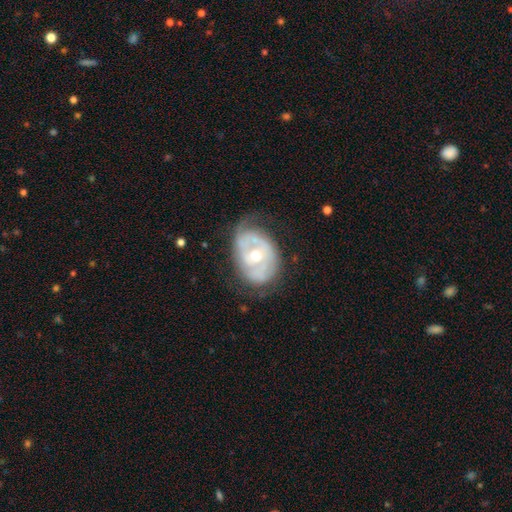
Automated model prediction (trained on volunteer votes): A featured or disk galaxy (75%) with no bar (63%), spiral arms (69%) and a moderate central bulge (64%). Merging: none (55%).